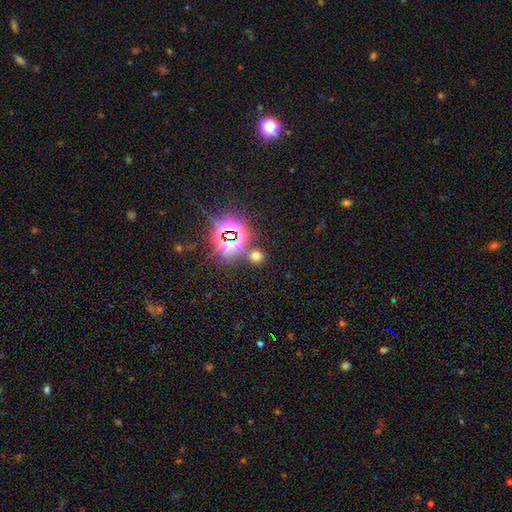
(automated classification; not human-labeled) The model was most divided on "smooth or featured": smooth: 53%, star or artifact: 40%, featured or disk: 7%. More confident: how rounded — round (81%); merging — none (78%).